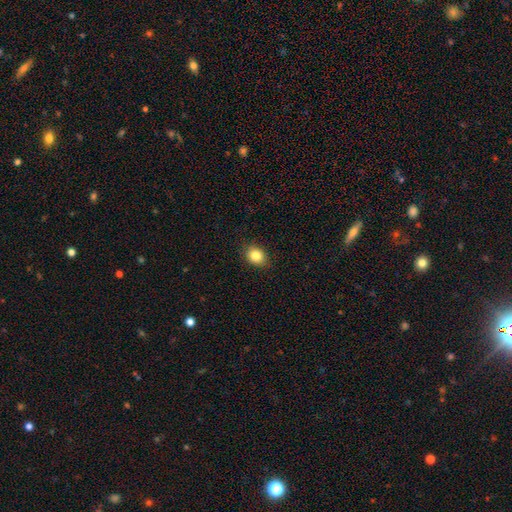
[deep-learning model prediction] A smooth galaxy with no disk features (84%) that is in between round and cigar-shaped (52%).

Vote fractions:
- Smooth or featured? smooth: 84% / star or artifact: 10% / featured or disk: 6%
- How rounded? in between: 52% / round: 47% / cigar-shaped: 1%
- Merging? none: 88% / minor disturbance: 9% / major disturbance: 2% / merger: 1%